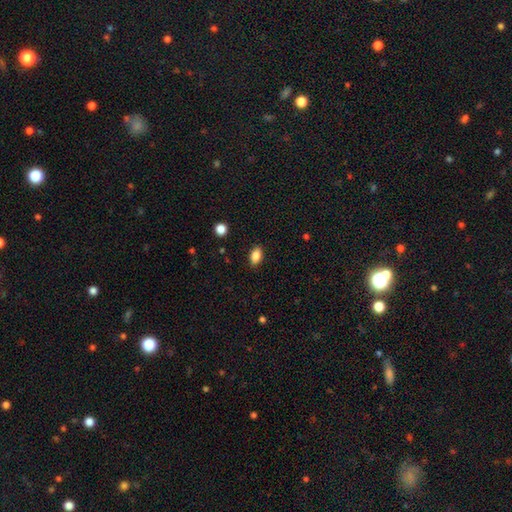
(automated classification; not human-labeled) Smooth or featured? smooth (84%)
How rounded? in between (88%)
Merging? none (88%)